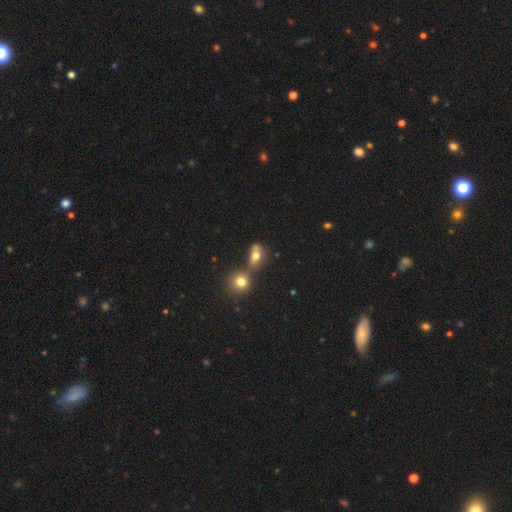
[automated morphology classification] The model was most divided on "merging" (2-way tie): merger: 40%, none: 40%, minor disturbance: 13%, major disturbance: 8%. More confident: smooth or featured — smooth (66%); how rounded — in between (57%).